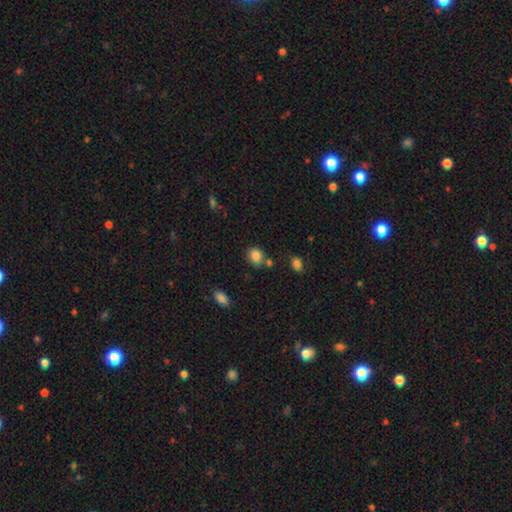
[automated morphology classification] Smooth or featured? smooth (84%)
How rounded? round (67%)
Merging? none (70%)